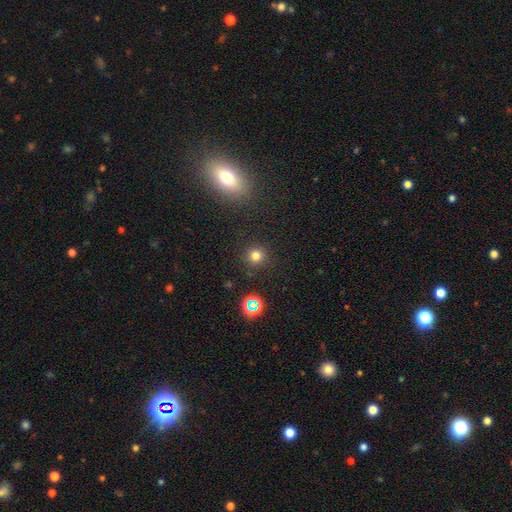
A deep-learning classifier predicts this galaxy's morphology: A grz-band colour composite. It shows a smooth galaxy with no disk features (76%) that is round (93%). Merging: none (89%).